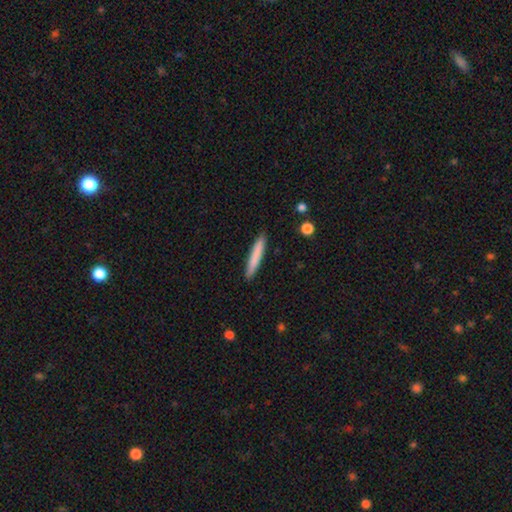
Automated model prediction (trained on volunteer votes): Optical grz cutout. It shows a smooth galaxy with no disk features (79%) that is cigar-shaped (95%). Merging: none (91%).